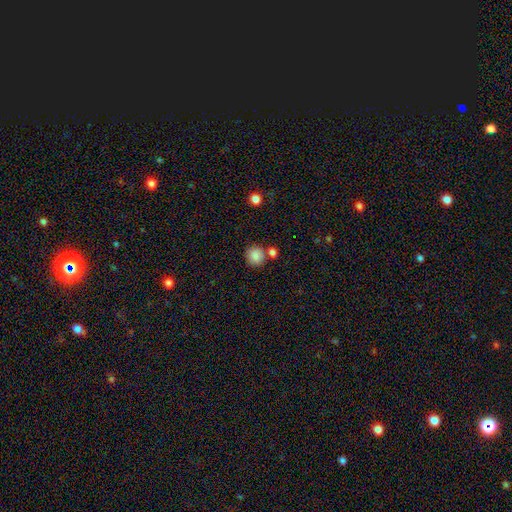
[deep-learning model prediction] Smooth or featured?
  - smooth: 86% *
  - star or artifact: 9%
  - featured or disk: 5%
How rounded?
  - round: 89% *
  - in between: 10%
  - cigar-shaped: 1%
Merging?
  - none: 72% *
  - merger: 14%
  - minor disturbance: 10%
  - major disturbance: 3%